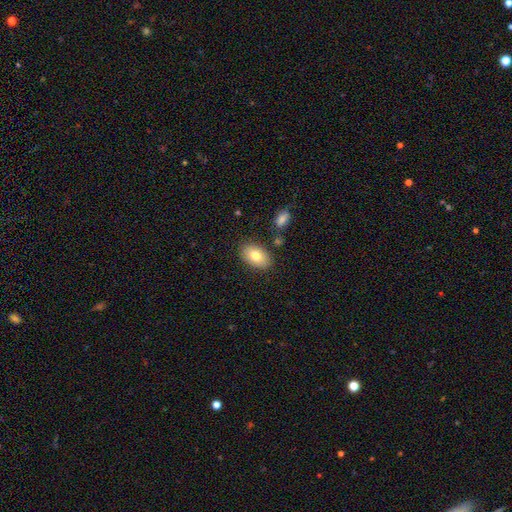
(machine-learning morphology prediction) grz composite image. It shows a smooth galaxy with no disk features (78%) that is in between round and cigar-shaped (89%). Merging: none (83%).